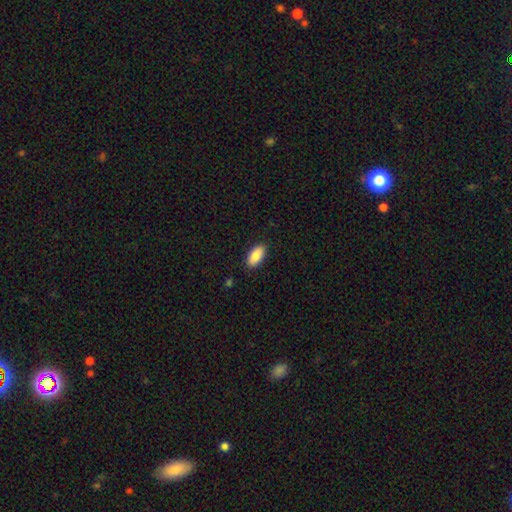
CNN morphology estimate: smooth 88%, star or artifact 6%, featured or disk 6%. Down the decision tree: how rounded — in between (92%); merging — none (88%).